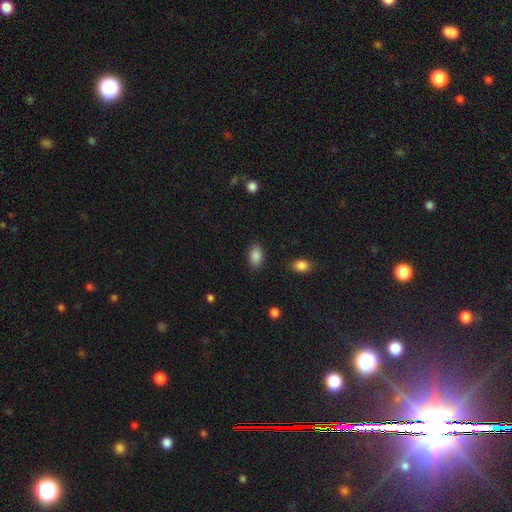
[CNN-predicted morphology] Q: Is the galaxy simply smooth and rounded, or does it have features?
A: smooth — 87%.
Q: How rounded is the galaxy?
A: in between — 90%.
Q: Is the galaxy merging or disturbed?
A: none — 86%.